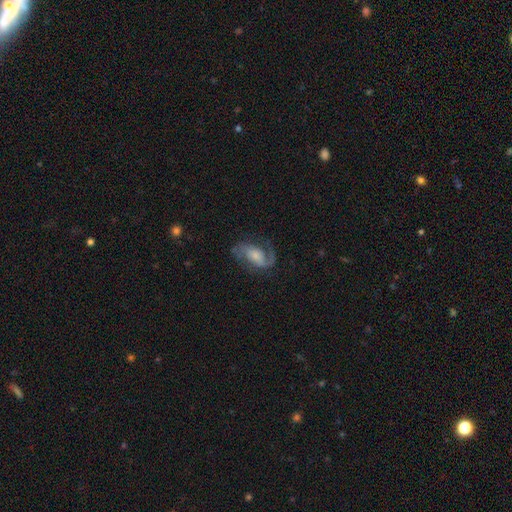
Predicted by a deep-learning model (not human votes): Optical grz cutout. It shows a featured or disk galaxy (80%) with no bar (51%), 2 (75%) medium (48%) spiral arms (95%) and a small central bulge (41%). Merging: none (65%).